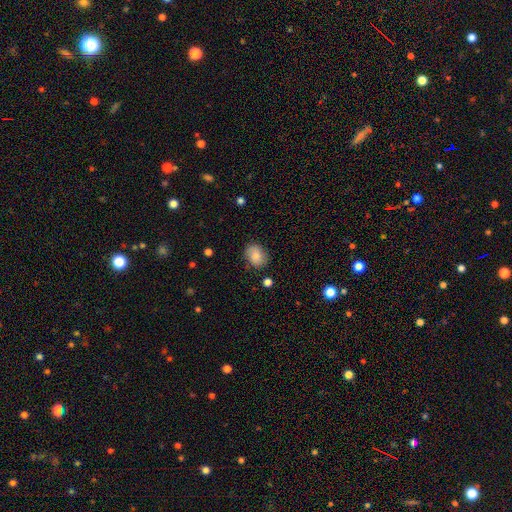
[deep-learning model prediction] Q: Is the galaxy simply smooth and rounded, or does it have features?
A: smooth — 77%.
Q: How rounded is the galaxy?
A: in between — 53%.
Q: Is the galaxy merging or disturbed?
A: none — 78%.